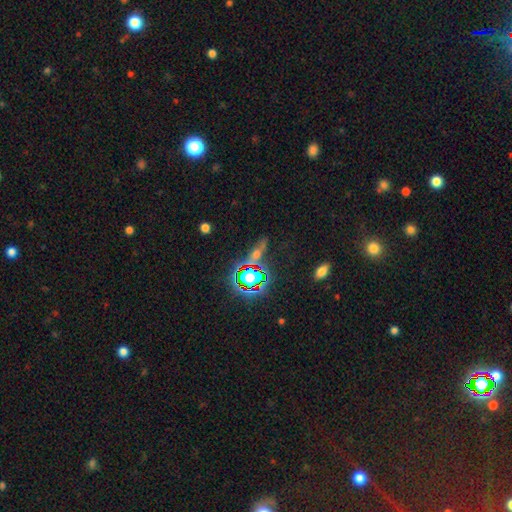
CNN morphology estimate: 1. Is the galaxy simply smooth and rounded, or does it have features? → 66% star or artifact, 18% smooth, 16% featured or disk.